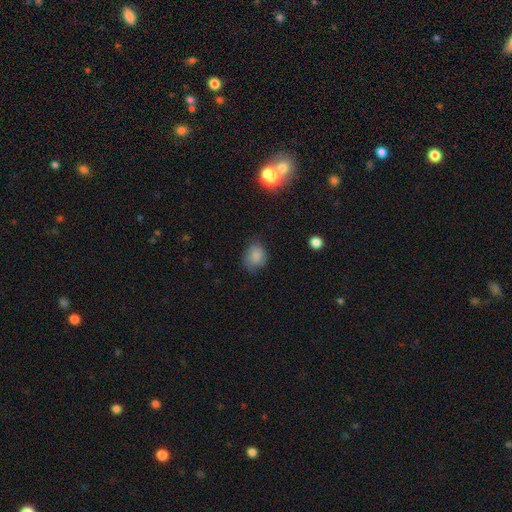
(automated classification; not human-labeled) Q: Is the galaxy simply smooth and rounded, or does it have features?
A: smooth — 81%.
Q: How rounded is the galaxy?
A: round — 50%.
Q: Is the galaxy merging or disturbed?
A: none — 64%.